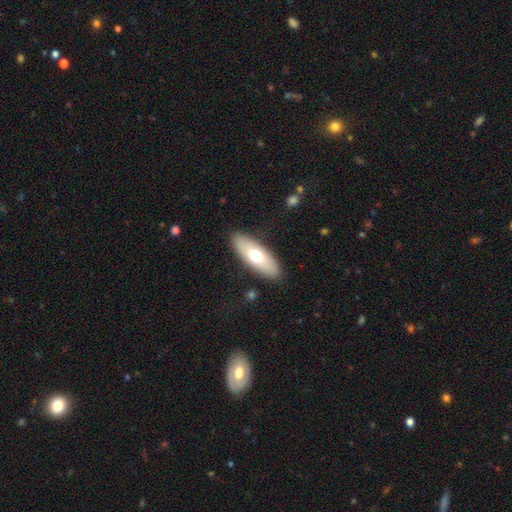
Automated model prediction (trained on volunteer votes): smooth 64%, featured or disk 30%, star or artifact 6%. Down the decision tree: how rounded — in between (70%); merging — none (89%).